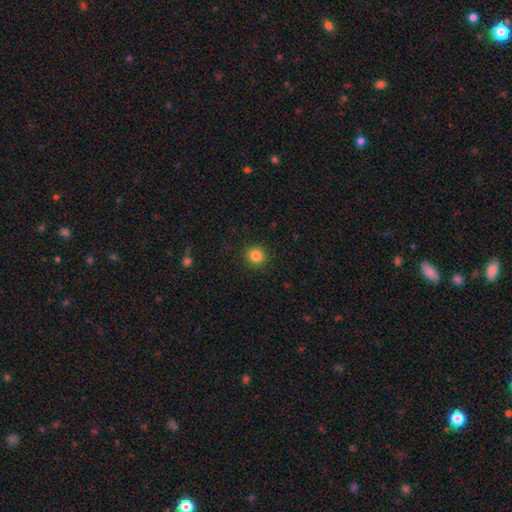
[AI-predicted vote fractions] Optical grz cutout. It shows a smooth galaxy with no disk features (84%) that is round (93%). Merging: none (91%).